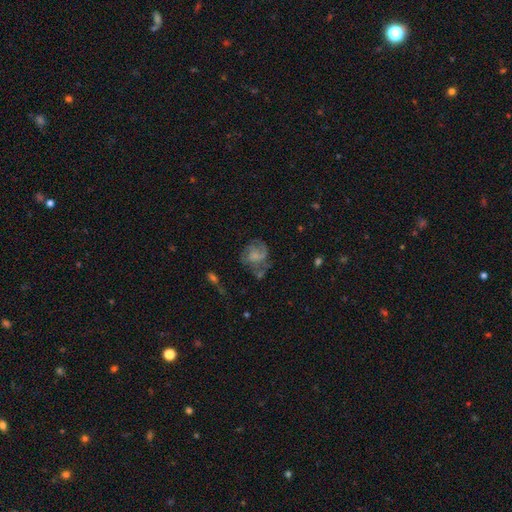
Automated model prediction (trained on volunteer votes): Overall: featured or disk (54%; smooth 36%). Edge-on disk: no (98%). Bar: no (70%). Spiral arms: yes (70%; no 30%). Bulge size: none (44%; small 25%). Merging: none (42%; major disturbance 29%).